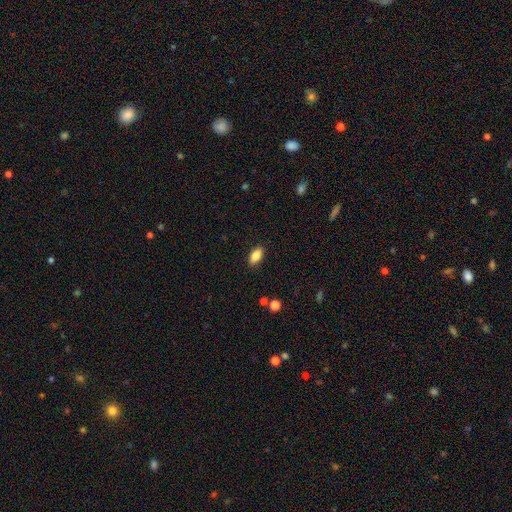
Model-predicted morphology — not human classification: This appears to be a smooth galaxy with no disk features (86%) that is in between round and cigar-shaped (90%). Merging: none (88%).